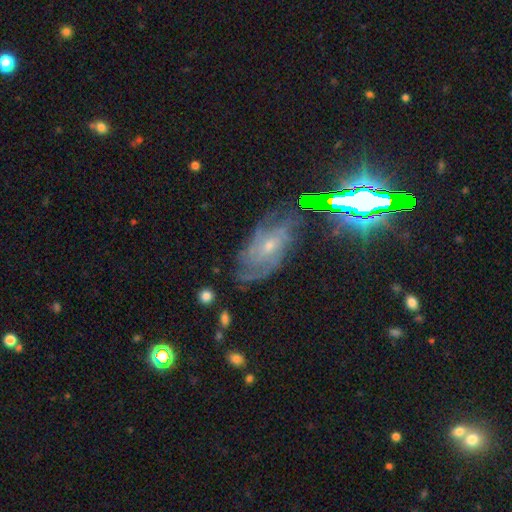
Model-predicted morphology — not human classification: Smooth or featured?
  - featured or disk: 72% *
  - star or artifact: 16%
  - smooth: 12%
Edge-on disk?
  - no: 94% *
  - yes: 6%
Bar?
  - no: 60% *
  - weak: 32%
  - strong: 8%
Spiral arms?
  - yes: 93% *
  - no: 7%
Spiral winding?
  - tight: 53% *
  - medium: 35%
  - loose: 11%
Spiral arm count?
  - can't tell: 39% *
  - 2: 20%
  - 3: 18%
  - 4: 11%
  - more than 4: 6%
  - 1: 6%
Bulge size?
  - small: 70% *
  - moderate: 25%
  - none: 3%
  - large: 1%
  - dominant: 1%
Merging?
  - none: 66% *
  - minor disturbance: 20%
  - major disturbance: 11%
  - merger: 3%